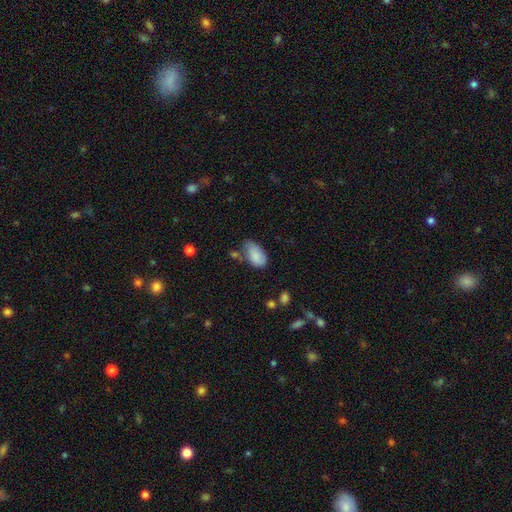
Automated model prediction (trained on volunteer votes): Q: Smooth or featured?
A: smooth (85%); runner-up: featured or disk (8%)
Q: How rounded?
A: in between (94%); runner-up: round (4%)
Q: Merging?
A: none (49%); runner-up: minor disturbance (34%)